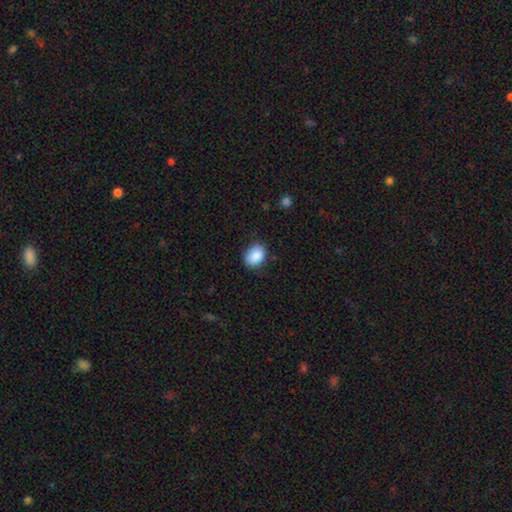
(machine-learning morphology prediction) A smooth galaxy with no disk features (88%) that is in between round and cigar-shaped (70%).

Vote fractions:
- Smooth or featured? smooth: 88% / star or artifact: 7% / featured or disk: 4%
- How rounded? in between: 70% / round: 29% / cigar-shaped: 1%
- Merging? none: 79% / minor disturbance: 17% / major disturbance: 3% / merger: 1%